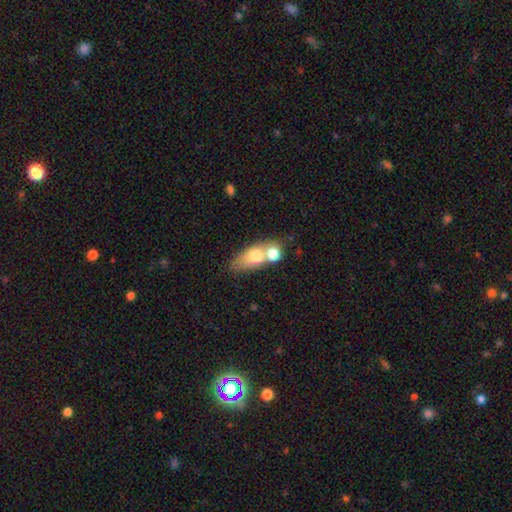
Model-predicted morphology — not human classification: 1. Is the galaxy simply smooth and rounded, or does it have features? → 68% smooth, 24% featured or disk, 8% star or artifact.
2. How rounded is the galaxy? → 68% in between, 18% round, 14% cigar-shaped.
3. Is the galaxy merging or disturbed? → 62% merger, 23% none, 9% minor disturbance, 6% major disturbance.